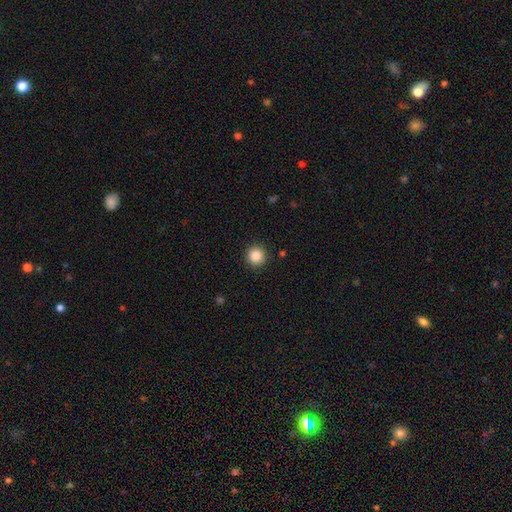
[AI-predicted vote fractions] The model was most divided on "smooth or featured": smooth: 86%, star or artifact: 10%, featured or disk: 4%. More confident: how rounded — round (94%); merging — none (92%).